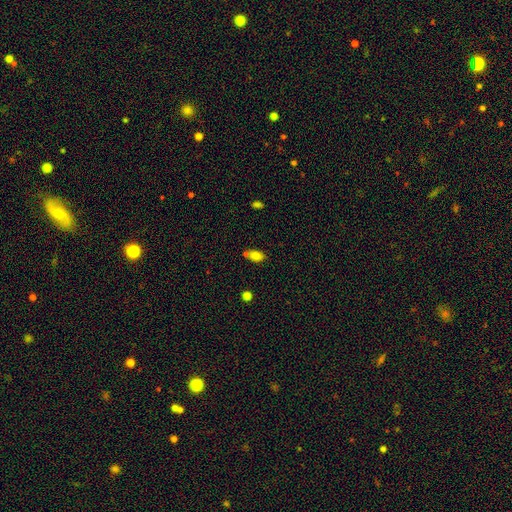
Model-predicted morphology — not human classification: smooth_or_featured: smooth (p=0.80) [alt: star or artifact p=0.10]
how_rounded: in between (p=0.85) [alt: round p=0.11]
merging: none (p=0.59) [alt: merger p=0.19]